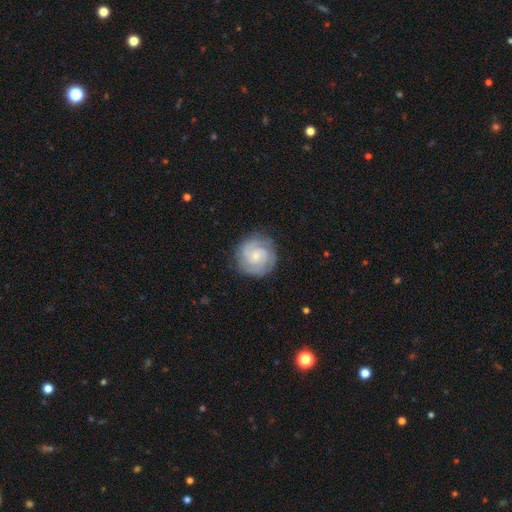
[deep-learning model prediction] smooth_or_featured: featured or disk (p=0.80) [alt: smooth p=0.15]
disk_edge_on: no (p=0.98) [alt: yes p=0.02]
bar: no (p=0.68) [alt: weak p=0.28]
has_spiral_arms: yes (p=0.96) [alt: no p=0.04]
spiral_winding: tight (p=0.69) [alt: medium p=0.26]
spiral_arm_count: 2 (p=0.55) [alt: 3 p=0.18]
bulge_size: small (p=0.71) [alt: moderate p=0.23]
merging: none (p=0.83) [alt: minor disturbance p=0.12]